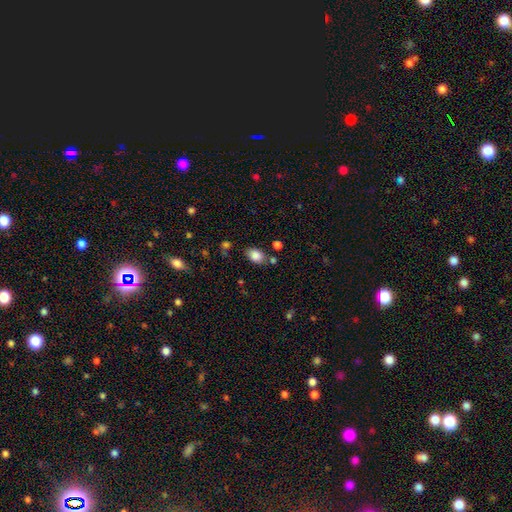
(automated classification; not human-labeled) This appears to be a smooth galaxy with no disk features (85%) that is in between round and cigar-shaped (82%). Merging: none (75%).